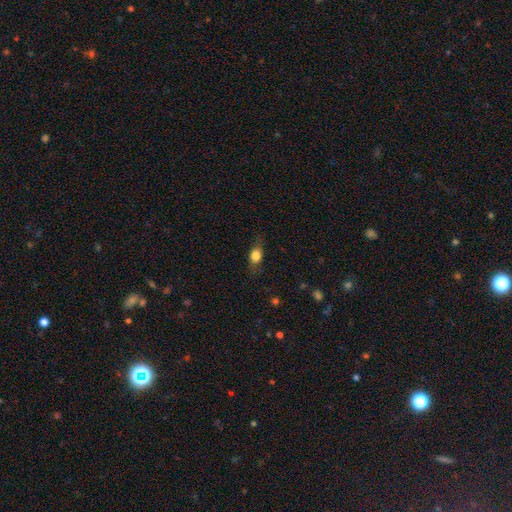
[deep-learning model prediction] smooth 74%, featured or disk 18%, star or artifact 9%. Down the decision tree: how rounded — in between (64%); merging — none (74%).